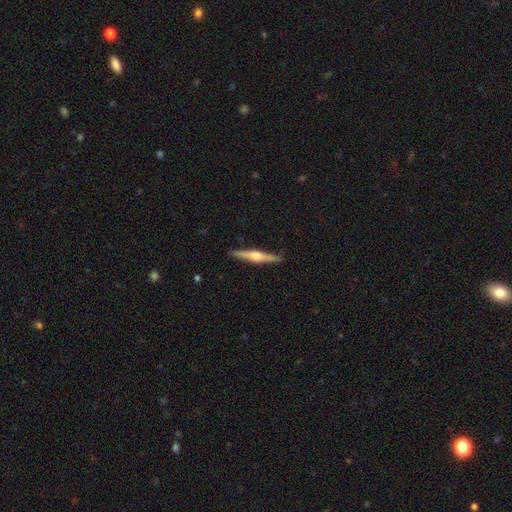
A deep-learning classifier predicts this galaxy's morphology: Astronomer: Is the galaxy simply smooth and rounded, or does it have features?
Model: featured or disk — 74%.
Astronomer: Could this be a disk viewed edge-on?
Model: yes — 98%.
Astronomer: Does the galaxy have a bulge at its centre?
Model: rounded — 87%.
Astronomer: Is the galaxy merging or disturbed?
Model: none — 91%.